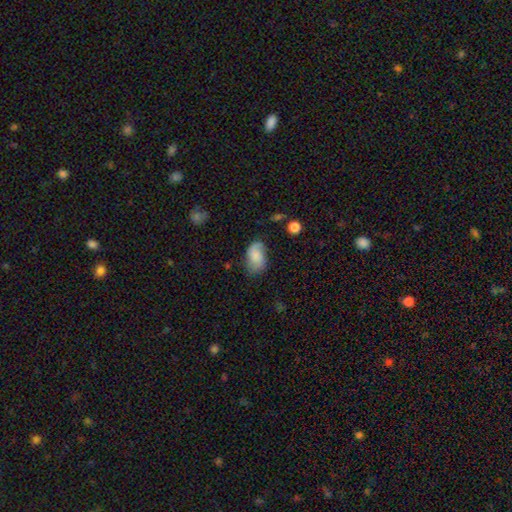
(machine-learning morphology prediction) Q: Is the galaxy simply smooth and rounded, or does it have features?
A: smooth — 71%.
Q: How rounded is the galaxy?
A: in between — 91%.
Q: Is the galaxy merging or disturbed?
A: none — 61%.